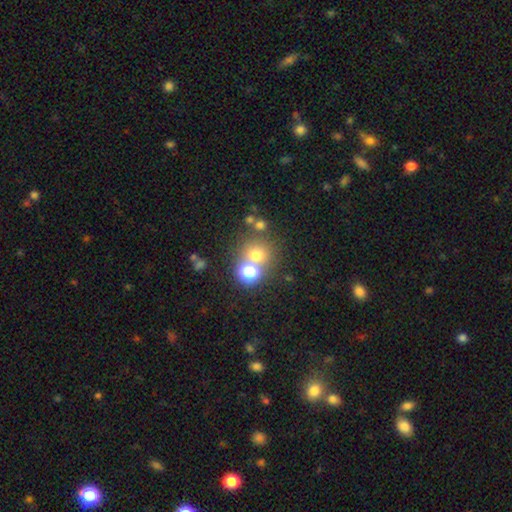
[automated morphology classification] A smooth galaxy with no disk features (65%) that is round (88%). Merging: none (63%).